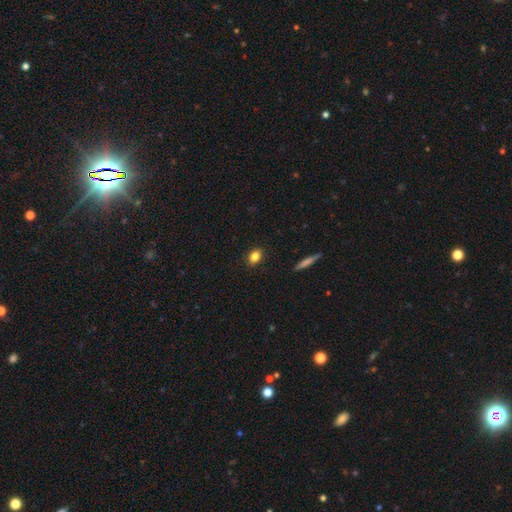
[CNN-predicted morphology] A smooth galaxy with no disk features (83%) that is in between round and cigar-shaped (65%). Merging: none (89%).